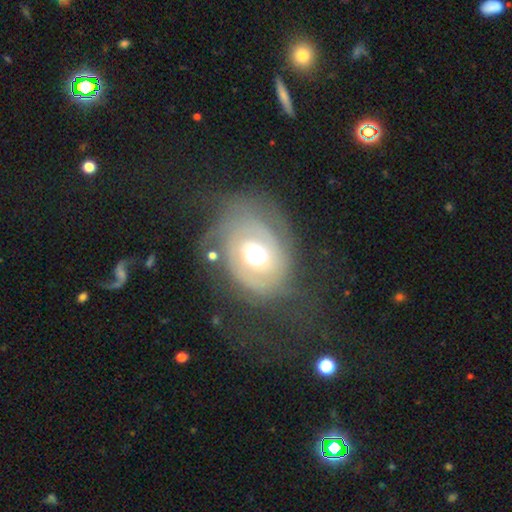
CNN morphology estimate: smooth-or-featured: featured or disk: 64% | smooth: 27% | star or artifact: 9%
  disk-edge-on: no: 96% | yes: 4%
    bar: no: 80% | weak: 15% | strong: 5%
    has-spiral-arms: yes: 64% | no: 36%
    bulge-size: moderate: 60% | large: 27% | small: 6% | dominant: 6% | none: 1%
  merging: none: 51% | major disturbance: 26% | minor disturbance: 20% | merger: 3%